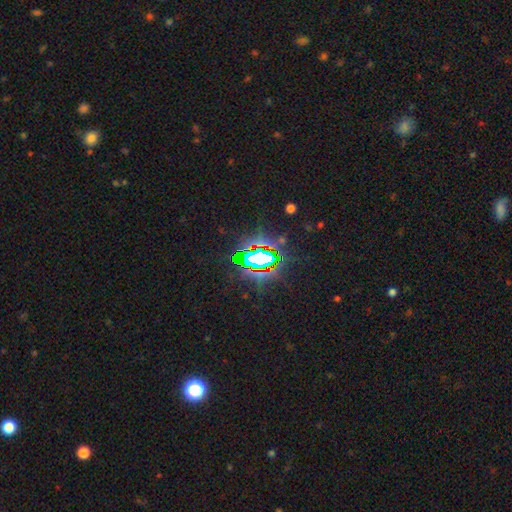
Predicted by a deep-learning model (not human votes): Q: Smooth or featured?
A: star or artifact (79%); runner-up: smooth (12%)